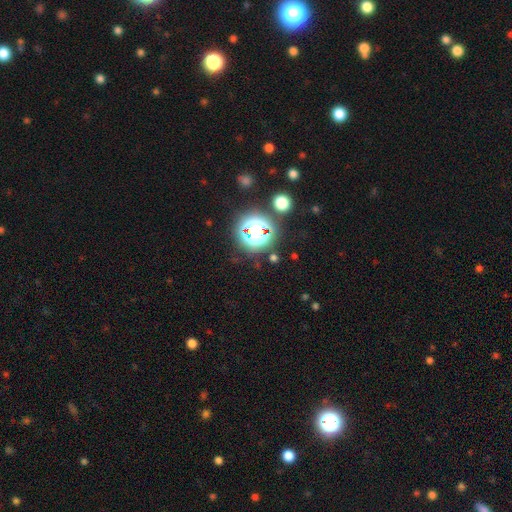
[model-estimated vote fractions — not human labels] smooth-or-featured: star or artifact: 79% | smooth: 14% | featured or disk: 7%